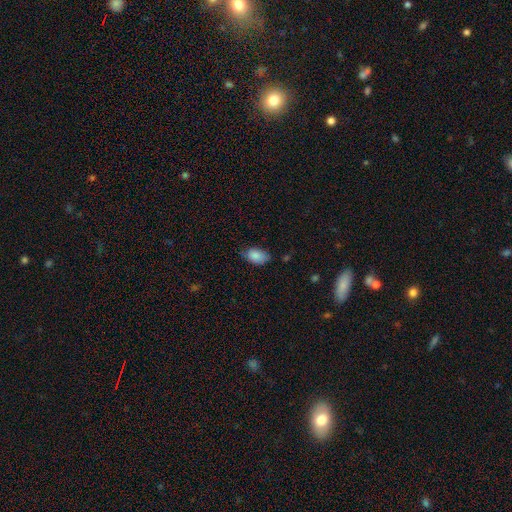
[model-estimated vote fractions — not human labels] Overall: smooth (87%). How rounded: in between (90%). Merging: none (65%; minor disturbance 28%).